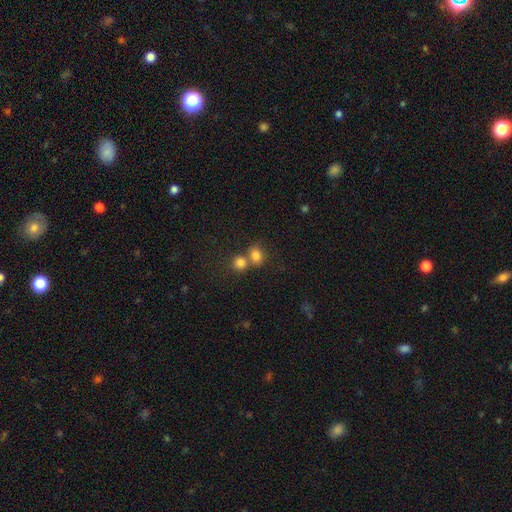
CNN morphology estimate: Smooth or featured: smooth — 80% (star or artifact — 12%)
How rounded: round — 63% (in between — 35%)
Merging: merger — 46% (none — 43%)